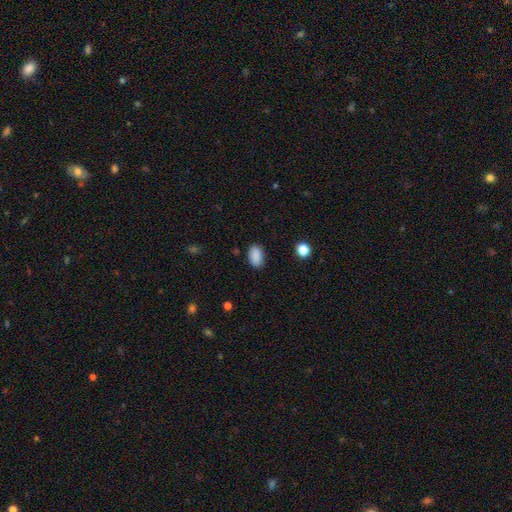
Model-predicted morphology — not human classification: The model was most divided on "merging": none: 86%, minor disturbance: 11%, major disturbance: 3%, merger: 1%. More confident: how rounded — in between (90%); smooth or featured — smooth (89%).